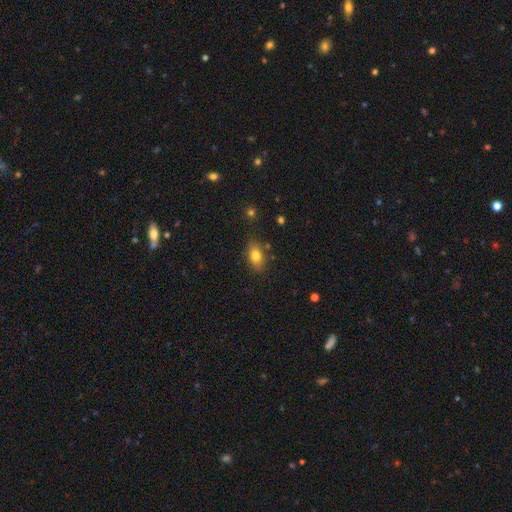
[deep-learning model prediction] Smooth or featured?
  - smooth: 79% *
  - featured or disk: 12%
  - star or artifact: 9%
How rounded?
  - in between: 83% *
  - round: 12%
  - cigar-shaped: 5%
Merging?
  - none: 80% *
  - minor disturbance: 14%
  - major disturbance: 3%
  - merger: 3%